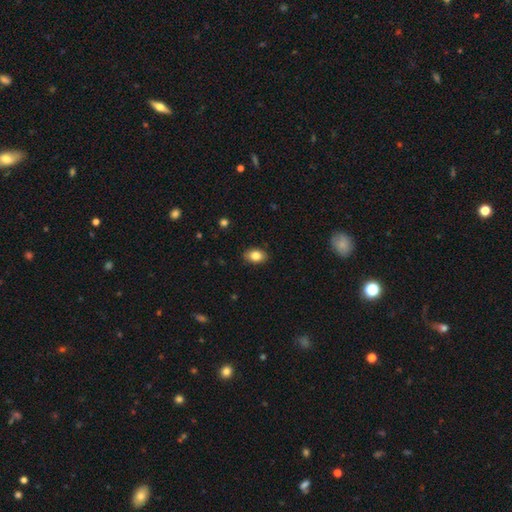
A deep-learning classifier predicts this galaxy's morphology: type=smooth (83%); roundness=in between (82%); merging=none (88%).